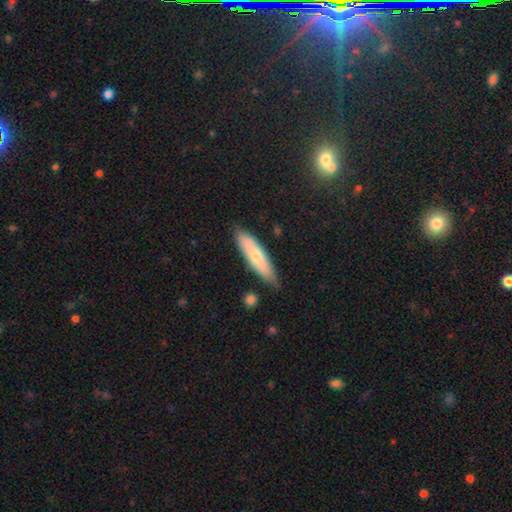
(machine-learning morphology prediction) Overall: smooth (66%; featured or disk 28%). How rounded: cigar-shaped (69%). Merging: none (80%).